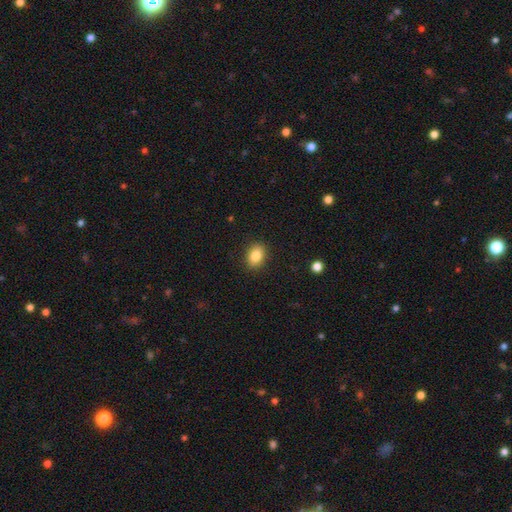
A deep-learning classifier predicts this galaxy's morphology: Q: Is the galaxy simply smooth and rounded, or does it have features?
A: smooth — 85%.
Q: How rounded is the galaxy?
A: in between — 72%.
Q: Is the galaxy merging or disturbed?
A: none — 88%.